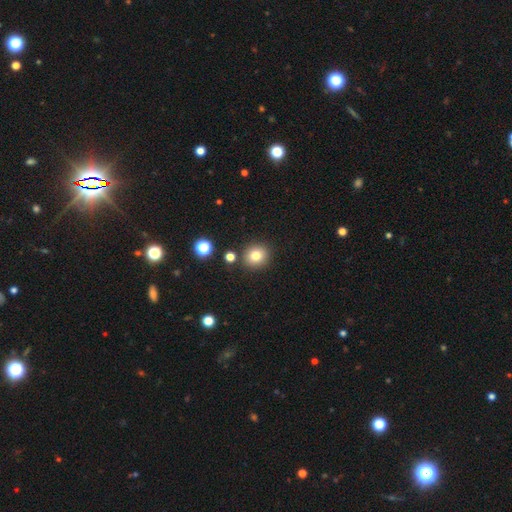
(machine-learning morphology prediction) Overall: smooth (80%). How rounded: round (83%). Merging: none (86%).